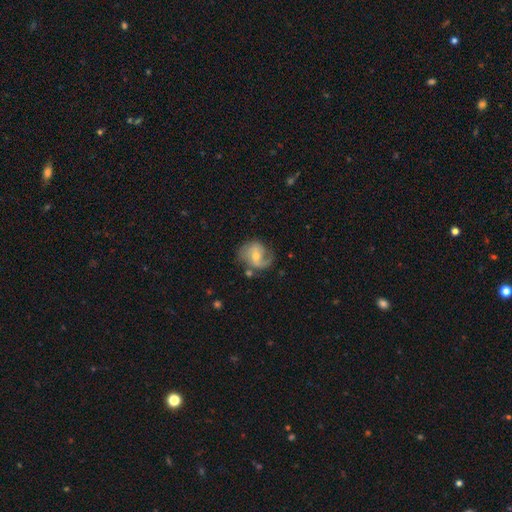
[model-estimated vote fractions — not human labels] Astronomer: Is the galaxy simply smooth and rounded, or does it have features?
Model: featured or disk — 76%.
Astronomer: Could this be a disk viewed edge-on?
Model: no — 97%.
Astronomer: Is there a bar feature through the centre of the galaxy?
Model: weak — 46% (runner-up: no, 40%).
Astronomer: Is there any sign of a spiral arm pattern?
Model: yes — 92%.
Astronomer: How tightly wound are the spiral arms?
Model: medium — 47% (runner-up: loose, 27%).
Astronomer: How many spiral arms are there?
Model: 2 — 65%.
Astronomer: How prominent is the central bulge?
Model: moderate — 53% (runner-up: small, 42%).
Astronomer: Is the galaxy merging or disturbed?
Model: none — 63%.